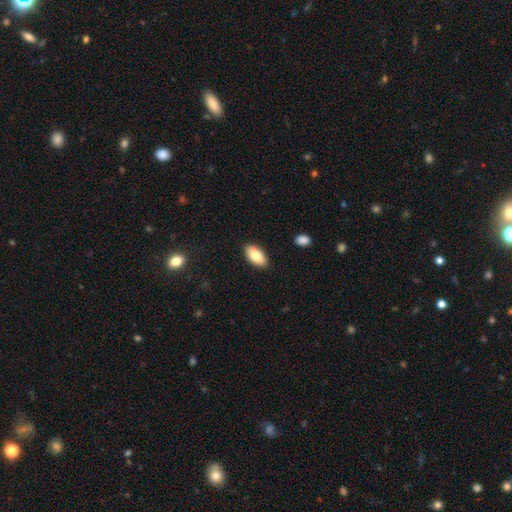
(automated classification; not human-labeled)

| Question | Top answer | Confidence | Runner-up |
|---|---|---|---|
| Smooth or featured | smooth | 79% | featured or disk (15%) |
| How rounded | in between | 94% | cigar-shaped (4%) |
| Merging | none | 88% | minor disturbance (9%) |